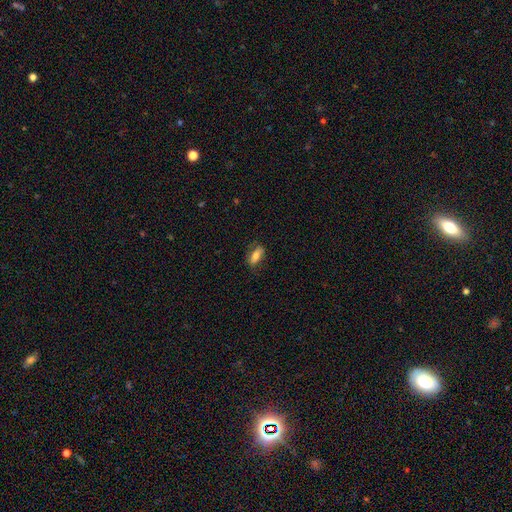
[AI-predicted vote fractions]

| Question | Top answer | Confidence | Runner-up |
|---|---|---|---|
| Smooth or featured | smooth | 71% | featured or disk (21%) |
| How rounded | in between | 80% | cigar-shaped (16%) |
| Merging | none | 76% | minor disturbance (18%) |